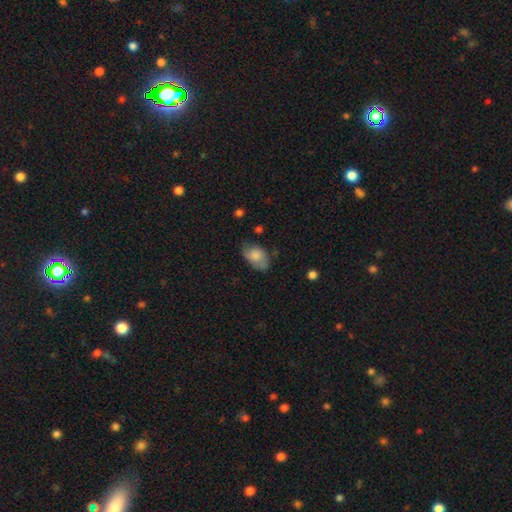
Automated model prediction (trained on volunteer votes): Smooth or featured?
  - smooth: 74% *
  - featured or disk: 18%
  - star or artifact: 8%
How rounded?
  - in between: 88% *
  - round: 11%
  - cigar-shaped: 2%
Merging?
  - none: 55% *
  - minor disturbance: 31%
  - major disturbance: 11%
  - merger: 3%